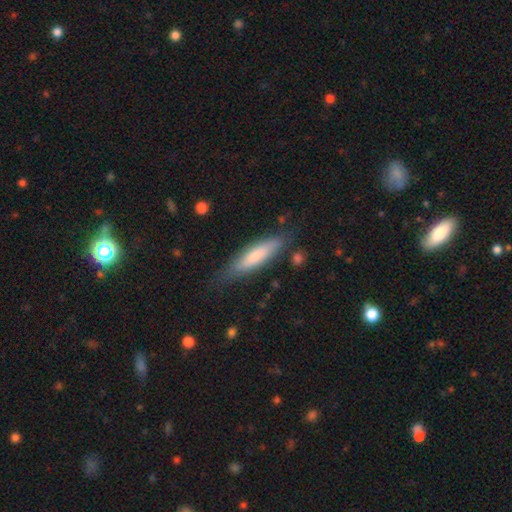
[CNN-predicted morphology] This is likely a smooth galaxy (71%). How rounded: likely cigar-shaped (72%). Merging: likely none (75%).